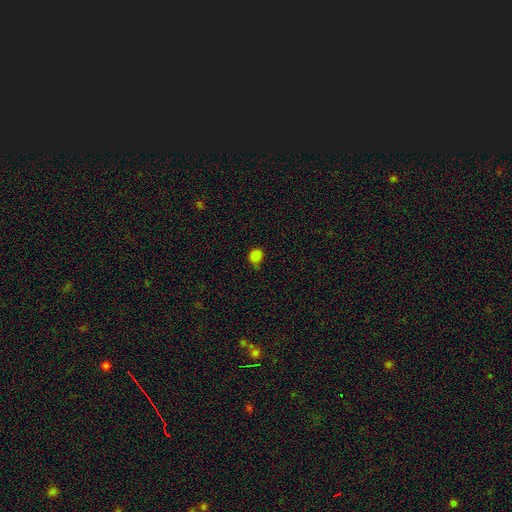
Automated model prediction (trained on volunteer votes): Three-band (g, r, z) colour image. It shows a smooth galaxy with no disk features (81%) that is round (72%). Merging: none (61%).